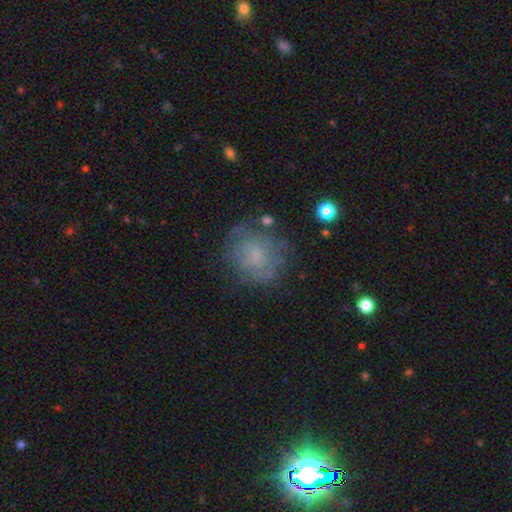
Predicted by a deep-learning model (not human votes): A smooth galaxy with no disk features (52%) that is round (81%). Merging: none (67%).